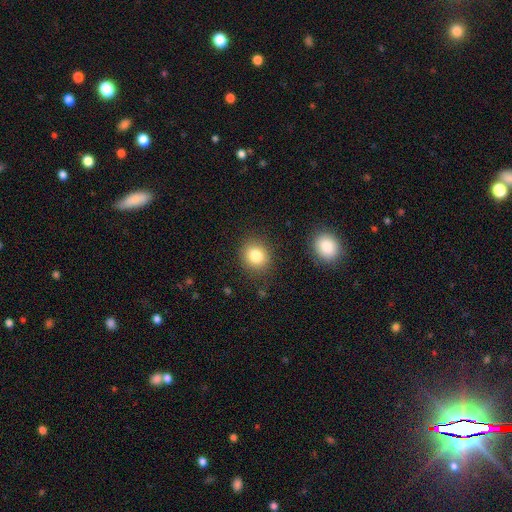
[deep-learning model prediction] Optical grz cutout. It shows a smooth galaxy with no disk features (82%) that is round (78%). Merging: none (86%).